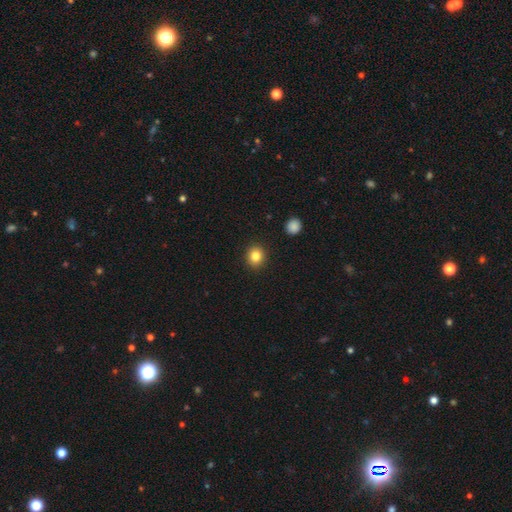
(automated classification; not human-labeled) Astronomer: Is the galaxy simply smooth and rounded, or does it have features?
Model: smooth — 84%.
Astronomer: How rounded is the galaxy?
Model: round — 83%.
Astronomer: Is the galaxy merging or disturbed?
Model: none — 92%.